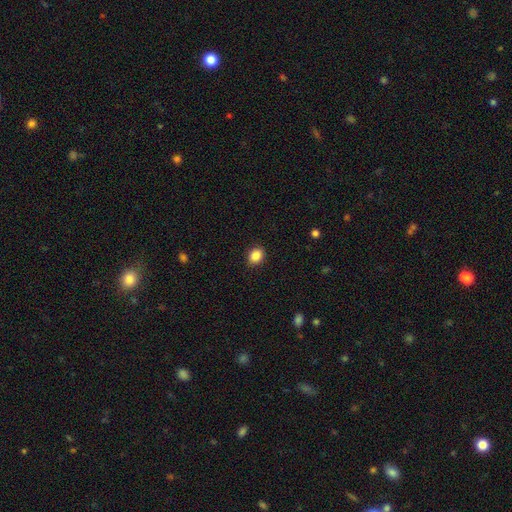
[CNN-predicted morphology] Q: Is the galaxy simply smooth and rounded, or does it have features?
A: smooth — 87%.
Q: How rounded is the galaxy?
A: round — 56%.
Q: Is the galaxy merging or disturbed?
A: none — 89%.